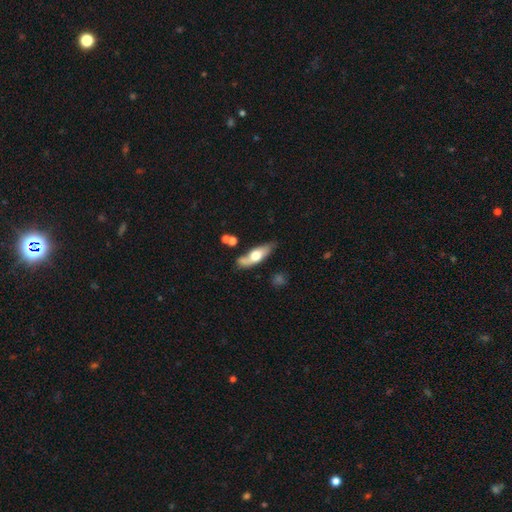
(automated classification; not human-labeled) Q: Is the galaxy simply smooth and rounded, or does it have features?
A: smooth — 51%.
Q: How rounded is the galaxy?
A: in between — 55%.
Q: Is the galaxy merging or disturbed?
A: none — 59%.